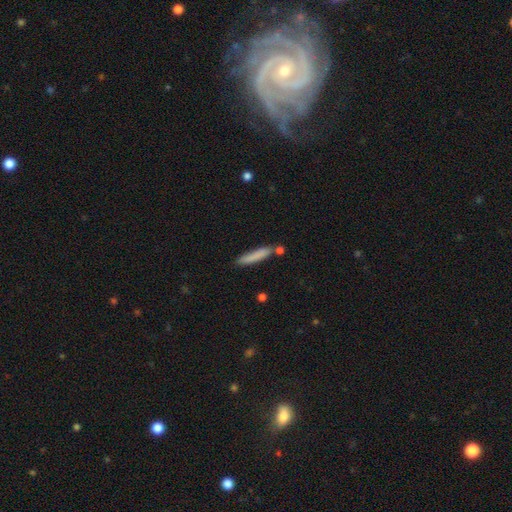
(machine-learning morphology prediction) Smooth or featured?
  - smooth: 79% *
  - featured or disk: 14%
  - star or artifact: 7%
How rounded?
  - cigar-shaped: 90% *
  - in between: 8%
  - round: 1%
Merging?
  - none: 73% *
  - minor disturbance: 14%
  - merger: 10%
  - major disturbance: 3%